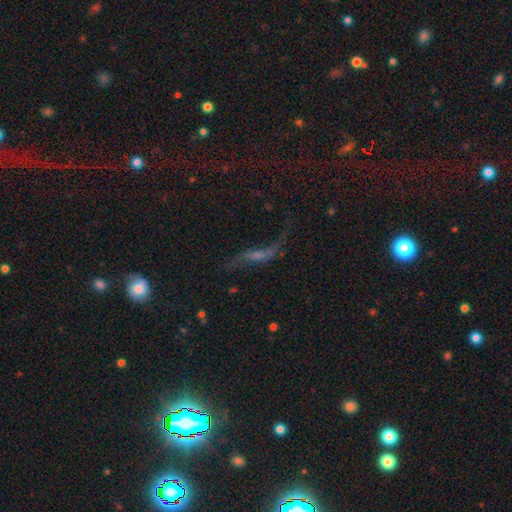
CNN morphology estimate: Smooth or featured? Predicted: featured or disk (p=0.63). Edge-on disk? Predicted: no (p=0.71). Merging? Predicted: none (p=0.50).